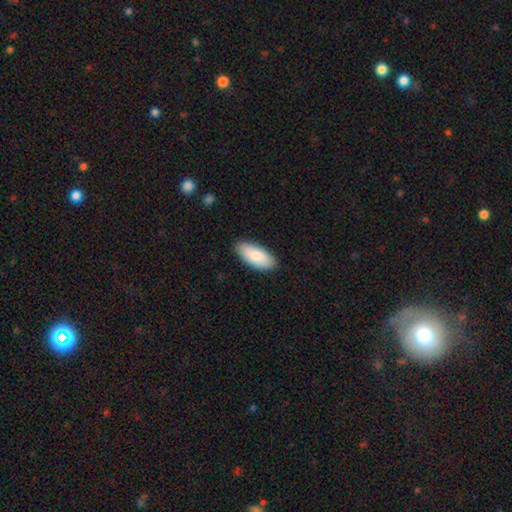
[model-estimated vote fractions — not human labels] Smooth or featured? Predicted: smooth (p=0.81). How rounded? Predicted: in between (p=0.90). Merging? Predicted: none (p=0.87).